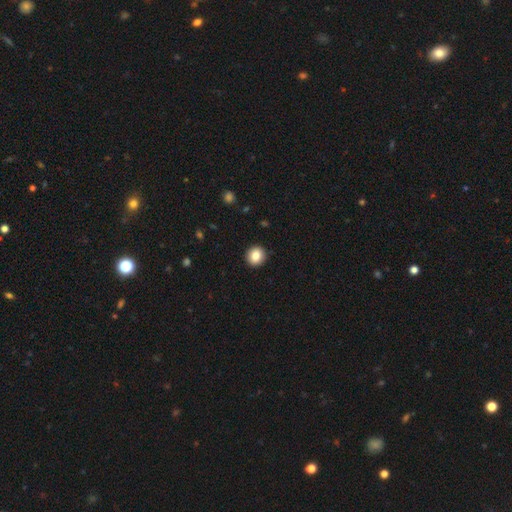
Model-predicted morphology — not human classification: smooth-or-featured: smooth: 84% | star or artifact: 9% | featured or disk: 7%
  how-rounded: round: 90% | in between: 10% | cigar-shaped: 1%
  merging: none: 93% | minor disturbance: 5% | major disturbance: 2% | merger: 1%